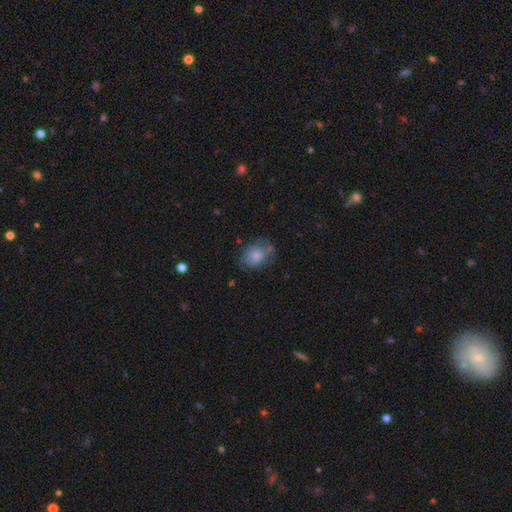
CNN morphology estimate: type=smooth (77%); roundness=in between (52%); merging=none (54%).